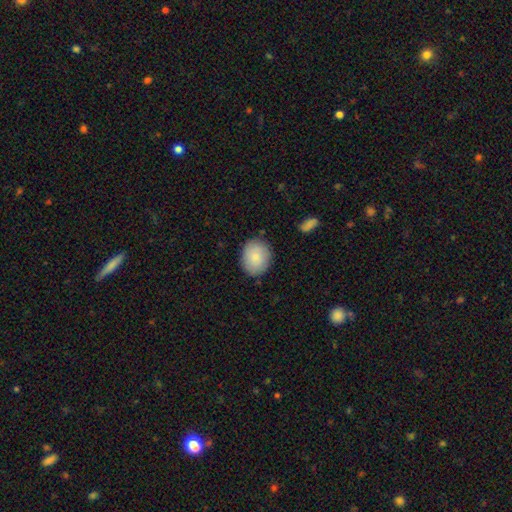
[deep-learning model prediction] This appears to be a smooth galaxy with no disk features (84%) that is round (54%). Merging: none (84%).